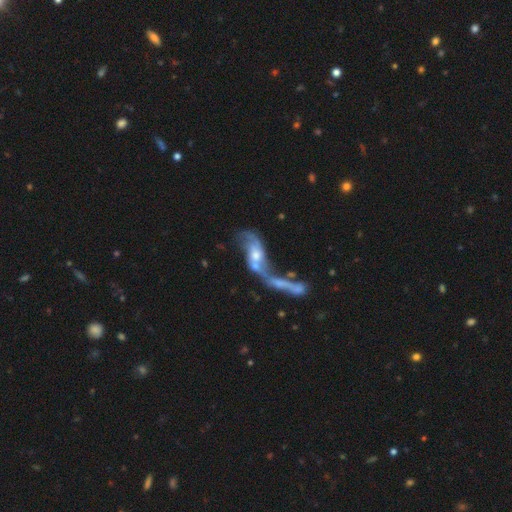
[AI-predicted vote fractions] smooth-or-featured: featured or disk: 72% | smooth: 18% | star or artifact: 9%
  disk-edge-on: no: 88% | yes: 12%
    bar: no: 61% | weak: 30% | strong: 10%
    has-spiral-arms: yes: 74% | no: 26%
    bulge-size: moderate: 46% | small: 35% | none: 11% | large: 6% | dominant: 2%
  merging: merger: 67% | major disturbance: 13% | none: 13% | minor disturbance: 7%